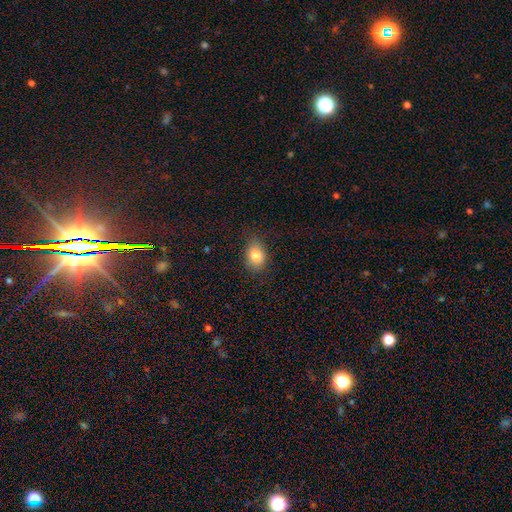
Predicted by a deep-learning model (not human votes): Smooth or featured?
  - smooth: 82% *
  - star or artifact: 9%
  - featured or disk: 9%
How rounded?
  - in between: 68% *
  - round: 30%
  - cigar-shaped: 1%
Merging?
  - none: 73% *
  - minor disturbance: 21%
  - major disturbance: 6%
  - merger: 1%